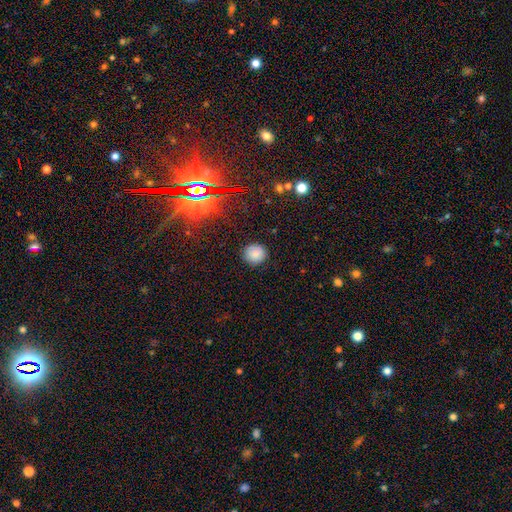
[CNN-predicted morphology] Smooth or featured?
  - smooth: 83% *
  - star or artifact: 12%
  - featured or disk: 5%
How rounded?
  - round: 91% *
  - in between: 8%
  - cigar-shaped: 1%
Merging?
  - none: 88% *
  - minor disturbance: 8%
  - major disturbance: 2%
  - merger: 1%